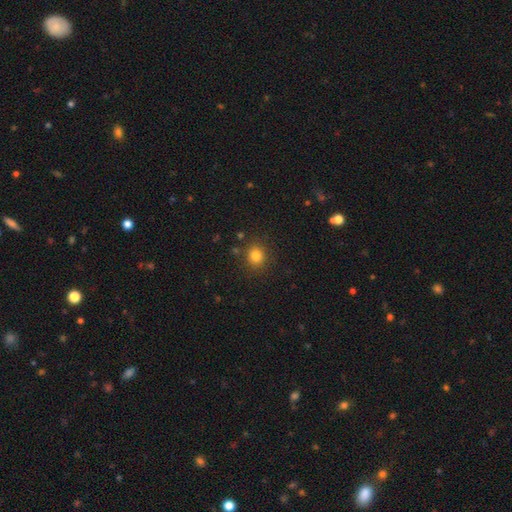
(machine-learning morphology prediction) Smooth or featured? smooth (82%)
How rounded? round (85%)
Merging? none (86%)